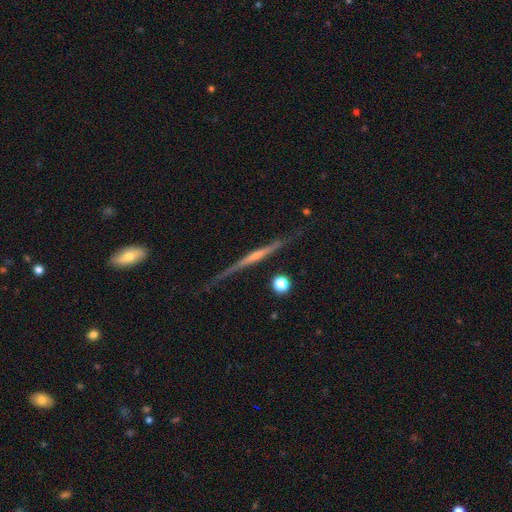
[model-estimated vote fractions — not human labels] Smooth or featured? featured or disk (80%)
Edge-on disk? yes (96%)
Edge-on bulge? rounded (68%)
Merging? none (82%)